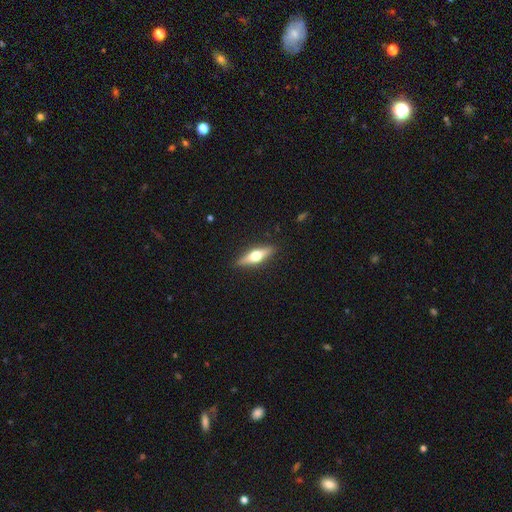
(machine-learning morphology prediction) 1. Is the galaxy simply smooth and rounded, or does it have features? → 58% featured or disk, 36% smooth, 6% star or artifact.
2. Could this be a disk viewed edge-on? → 94% yes, 6% no.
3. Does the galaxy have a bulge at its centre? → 96% rounded, 3% boxy, 2% none.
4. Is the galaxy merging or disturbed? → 90% none, 7% minor disturbance, 2% major disturbance, 1% merger.